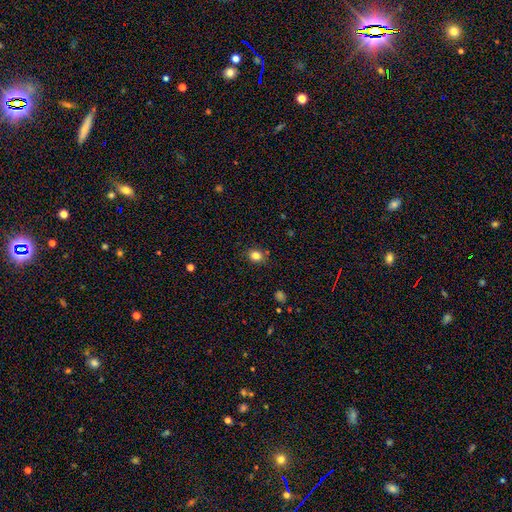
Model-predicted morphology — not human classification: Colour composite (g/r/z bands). It shows a smooth galaxy with no disk features (82%) that is round (60%). Merging: none (85%).